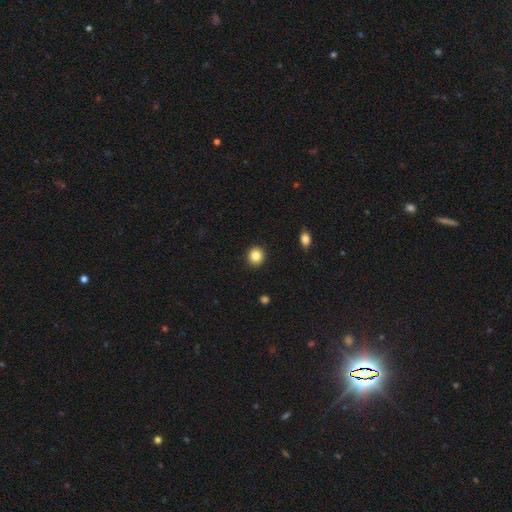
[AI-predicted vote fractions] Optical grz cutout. It shows a smooth galaxy with no disk features (85%) that is round (85%). Merging: none (91%).